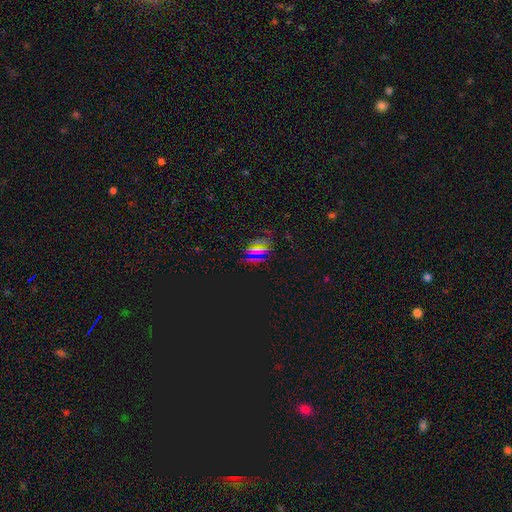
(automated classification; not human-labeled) smooth_or_featured: star or artifact (p=0.59) [alt: smooth p=0.32]